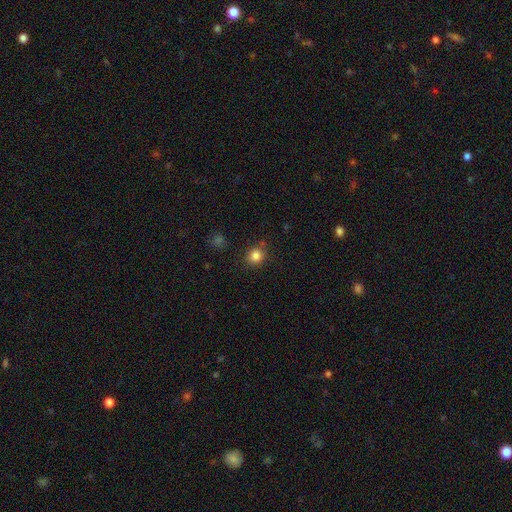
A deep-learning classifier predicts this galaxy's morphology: Smooth or featured? smooth (84%)
How rounded? round (85%)
Merging? none (84%)